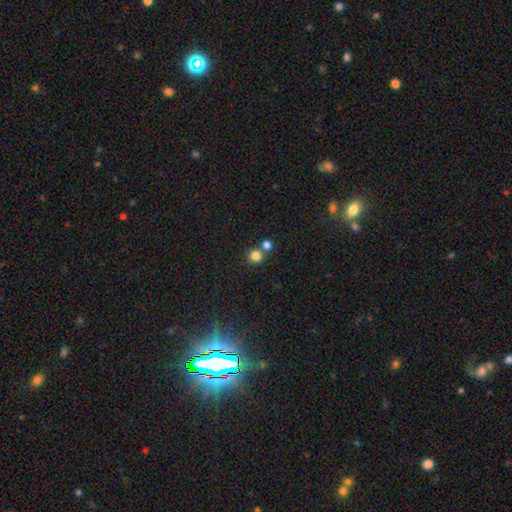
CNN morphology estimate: The model was most divided on "merging": none: 63%, merger: 27%, minor disturbance: 7%, major disturbance: 3%. More confident: how rounded — round (89%); smooth or featured — smooth (82%).